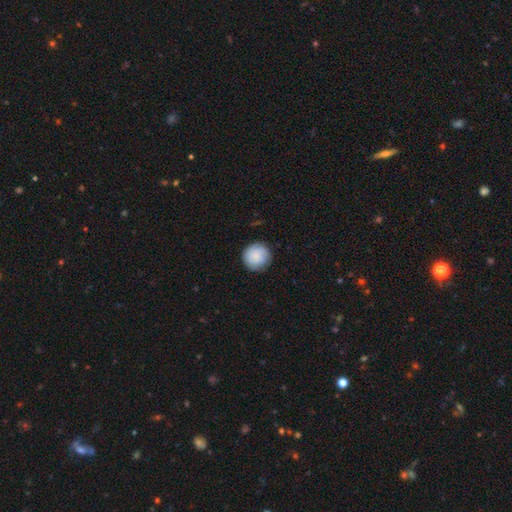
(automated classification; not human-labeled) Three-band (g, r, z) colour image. It shows a smooth galaxy with no disk features (75%) that is round (94%). Merging: none (85%).